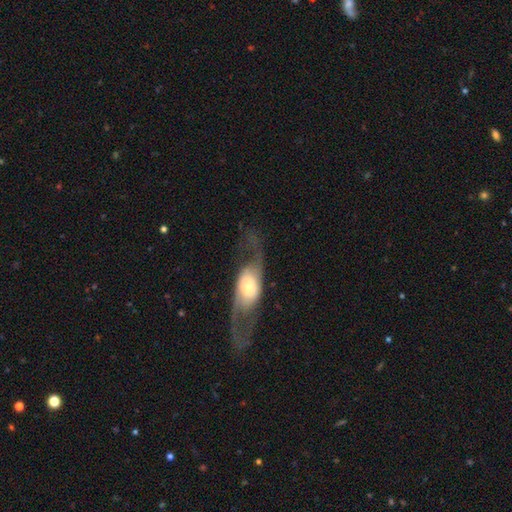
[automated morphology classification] Q: Smooth or featured?
A: featured or disk (82%); runner-up: smooth (12%)
Q: Edge-on disk?
A: no (78%); runner-up: yes (22%)
Q: Bar?
A: no (60%); runner-up: weak (29%)
Q: Spiral arms?
A: yes (89%); runner-up: no (11%)
Q: Spiral winding?
A: loose (47%); runner-up: medium (40%)
Q: Spiral arm count?
A: 2 (90%); runner-up: can't tell (5%)
Q: Bulge size?
A: large (43%); runner-up: moderate (37%)
Q: Merging?
A: none (75%); runner-up: minor disturbance (14%)